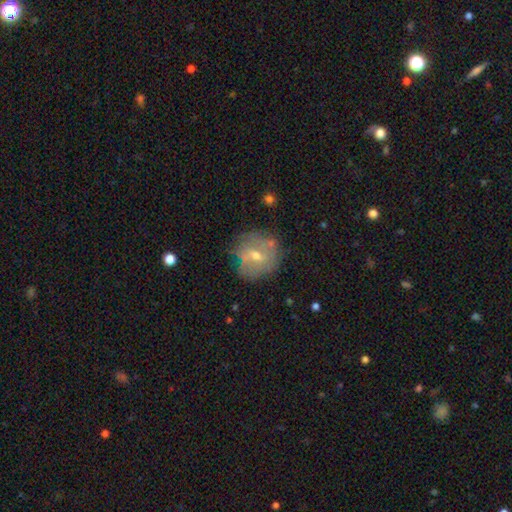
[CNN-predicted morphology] featured or disk 50%, smooth 39%, star or artifact 11%. Down the decision tree: merging — none (68%).